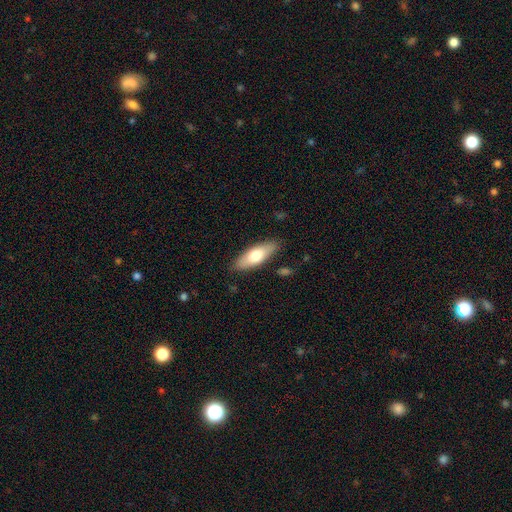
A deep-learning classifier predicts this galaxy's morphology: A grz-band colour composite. It shows a smooth galaxy with no disk features (71%) that is in between round and cigar-shaped (65%). Merging: none (85%).